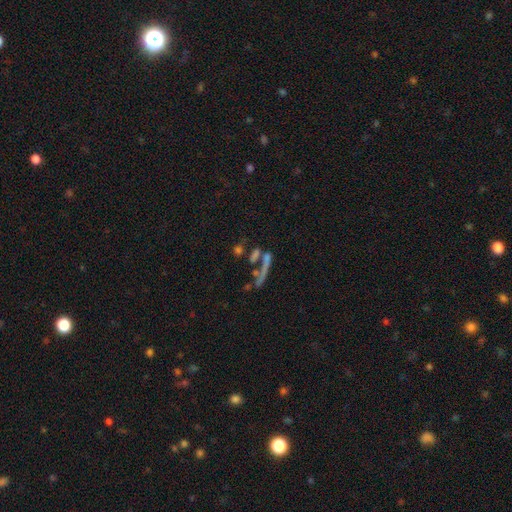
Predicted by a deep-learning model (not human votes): smooth-or-featured: smooth: 36% (tied) | featured or disk: 36% (tied) | star or artifact: 28%
  merging: none: 40% | merger: 34% | major disturbance: 15% | minor disturbance: 11%